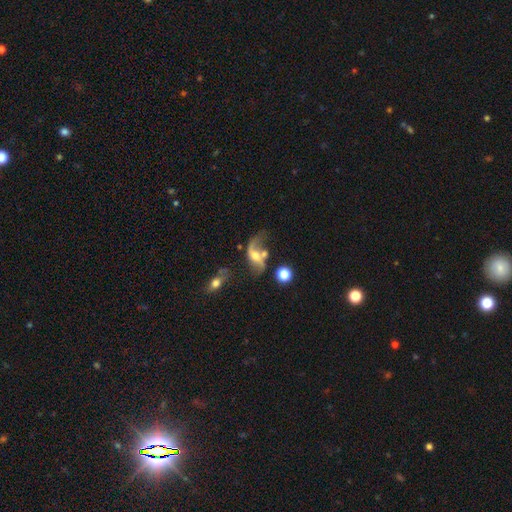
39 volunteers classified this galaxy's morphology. Smooth or featured: featured or disk — 74% (smooth — 15%)
Edge-on disk: no — 97% (yes — 3%)
Bar: weak — 50% (no — 39%)
Spiral arms: yes — 100%
Spiral winding: loose — 96% (medium — 4%)
Spiral arm count: 2 — 96% (can't tell — 4%)
Bulge size: moderate — 50% (small — 36%)
Merging: merger — 40% (none — 37%)